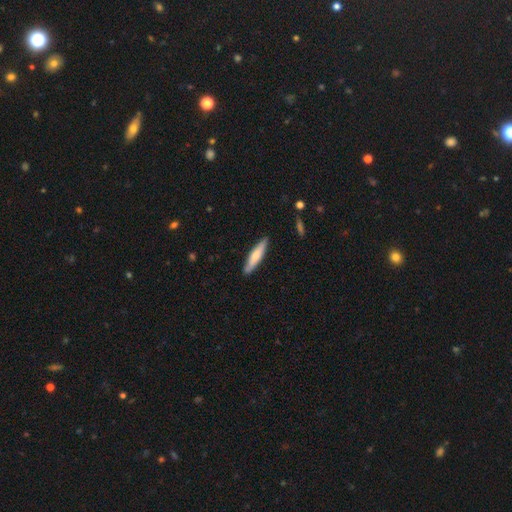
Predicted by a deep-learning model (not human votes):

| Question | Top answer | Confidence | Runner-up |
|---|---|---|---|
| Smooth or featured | smooth | 65% | featured or disk (30%) |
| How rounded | cigar-shaped | 82% | in between (17%) |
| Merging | none | 87% | minor disturbance (10%) |